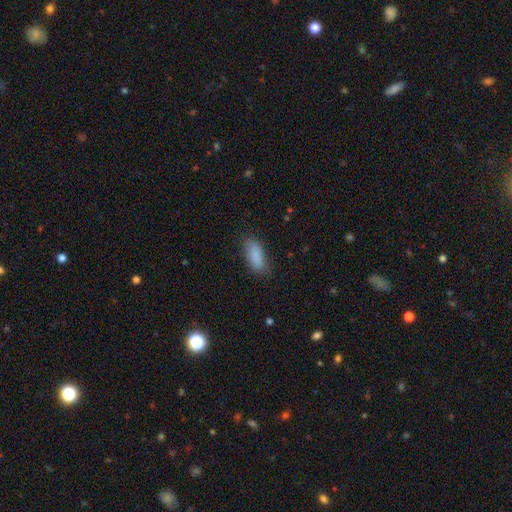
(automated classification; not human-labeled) Smooth or featured: smooth — 88% (star or artifact — 7%)
How rounded: in between — 76% (cigar-shaped — 22%)
Merging: none — 80% (minor disturbance — 15%)